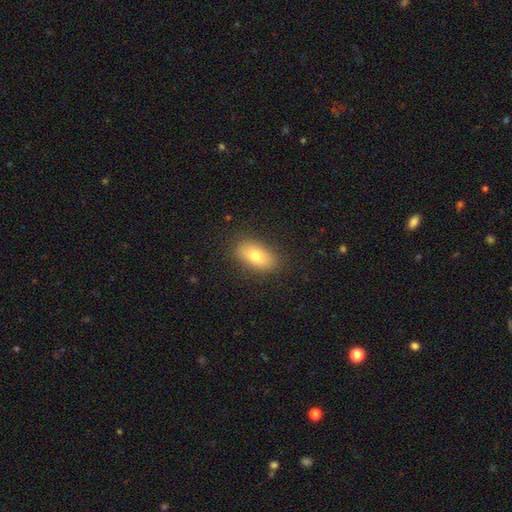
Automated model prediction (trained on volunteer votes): smooth_or_featured: smooth (p=0.75) [alt: featured or disk p=0.17]
how_rounded: in between (p=0.88) [alt: round p=0.06]
merging: none (p=0.85) [alt: minor disturbance p=0.11]